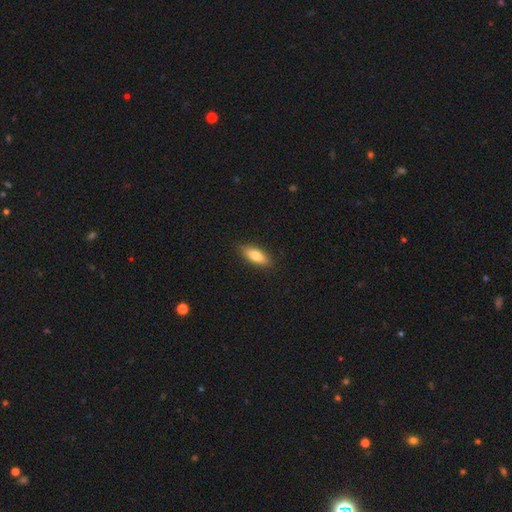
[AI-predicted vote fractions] smooth 77%, featured or disk 17%, star or artifact 6%. Down the decision tree: how rounded — in between (73%); merging — none (88%).